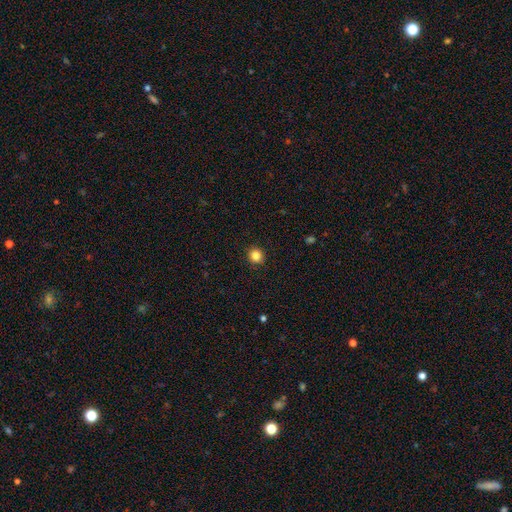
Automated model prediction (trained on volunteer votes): This appears to be a smooth galaxy with no disk features (85%) that is round (90%). Merging: none (92%).